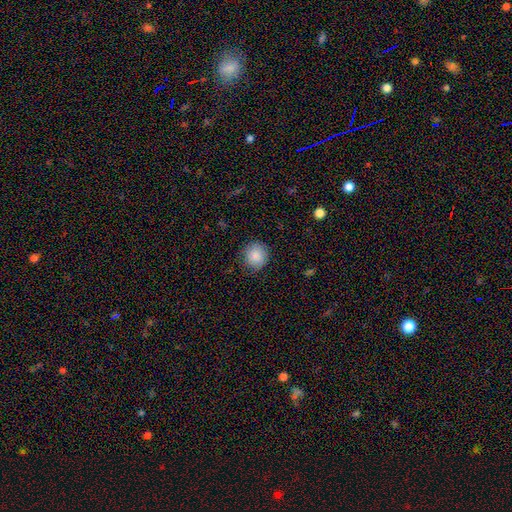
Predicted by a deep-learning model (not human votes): This is clearly a smooth galaxy (86%). How rounded: clearly round (87%). Merging: clearly none (81%).